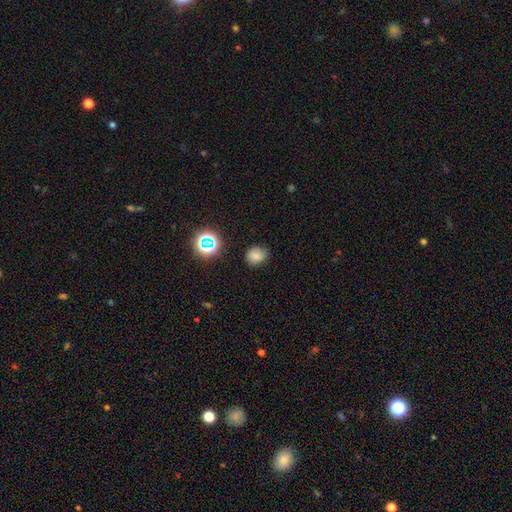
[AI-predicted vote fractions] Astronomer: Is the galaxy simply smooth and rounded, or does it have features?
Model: smooth — 74%.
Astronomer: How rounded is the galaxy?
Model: round — 64%.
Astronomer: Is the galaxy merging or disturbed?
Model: none — 76%.